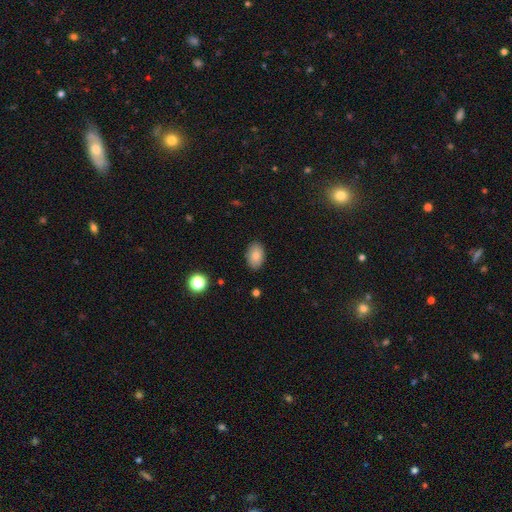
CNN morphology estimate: Overall: smooth (84%). How rounded: in between (89%). Merging: none (87%).